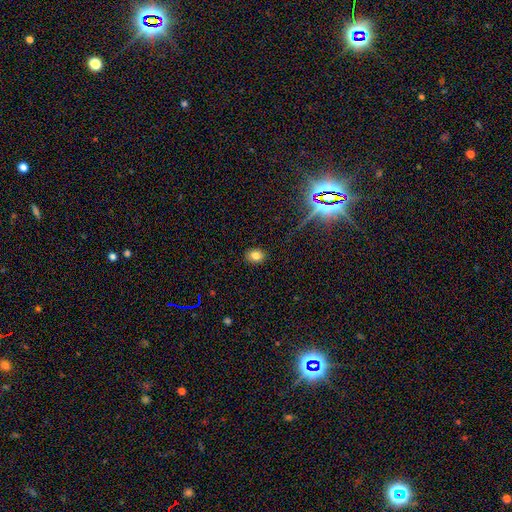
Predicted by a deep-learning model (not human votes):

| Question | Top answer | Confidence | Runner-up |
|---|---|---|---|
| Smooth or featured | smooth | 80% | star or artifact (12%) |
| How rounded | in between | 51% | round (48%) |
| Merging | none | 89% | minor disturbance (7%) |